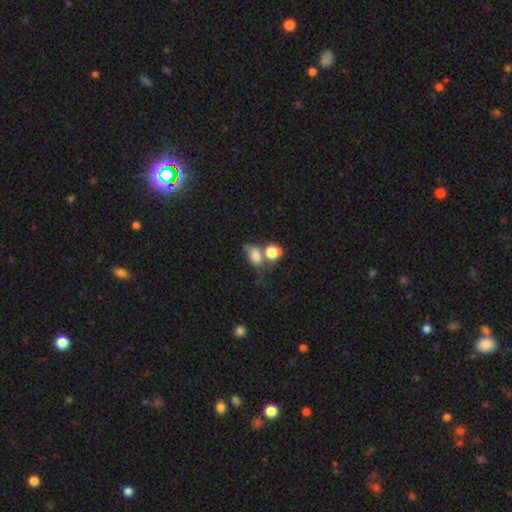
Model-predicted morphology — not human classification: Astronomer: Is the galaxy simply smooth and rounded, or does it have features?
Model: smooth — 74%.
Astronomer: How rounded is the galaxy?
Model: in between — 68%.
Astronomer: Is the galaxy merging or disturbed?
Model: merger — 48% (runner-up: none, 25%).